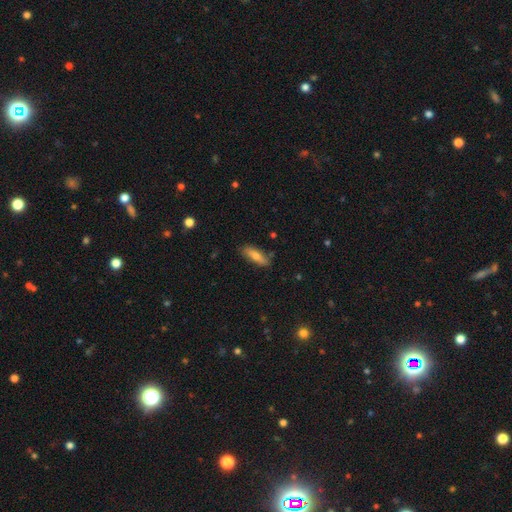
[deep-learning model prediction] smooth_or_featured: smooth (p=0.67) [alt: featured or disk p=0.26]
how_rounded: cigar-shaped (p=0.54) [alt: in between p=0.44]
merging: none (p=0.81) [alt: minor disturbance p=0.14]